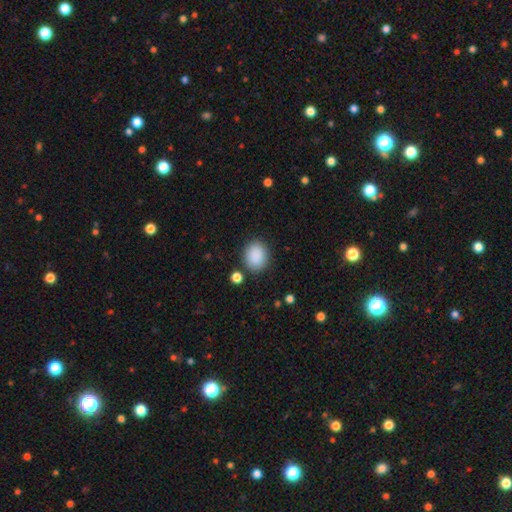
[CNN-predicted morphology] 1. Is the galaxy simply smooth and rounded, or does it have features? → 89% smooth, 8% star or artifact, 3% featured or disk.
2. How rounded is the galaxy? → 51% round, 48% in between, 1% cigar-shaped.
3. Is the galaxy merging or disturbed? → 84% none, 10% minor disturbance, 3% merger, 3% major disturbance.